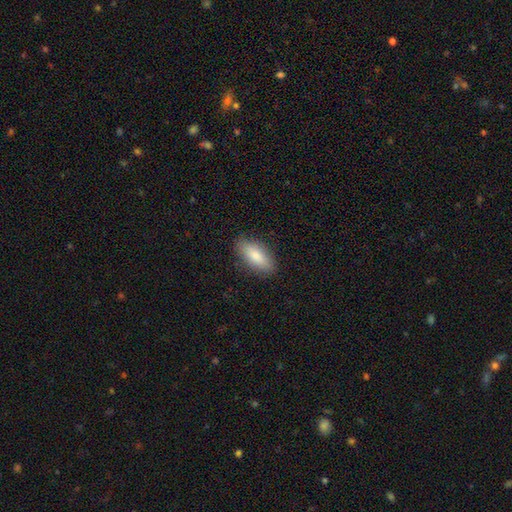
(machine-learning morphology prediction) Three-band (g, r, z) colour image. It shows a smooth galaxy with no disk features (84%) that is in between round and cigar-shaped (80%). Merging: none (86%).